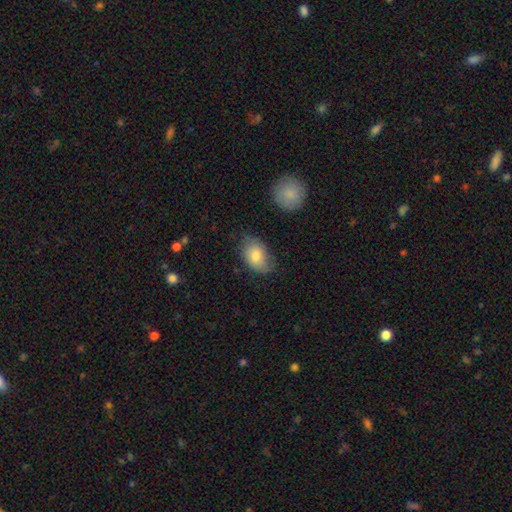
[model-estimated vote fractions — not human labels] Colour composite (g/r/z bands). It shows a smooth galaxy with no disk features (78%) that is in between round and cigar-shaped (88%). Merging: none (63%).